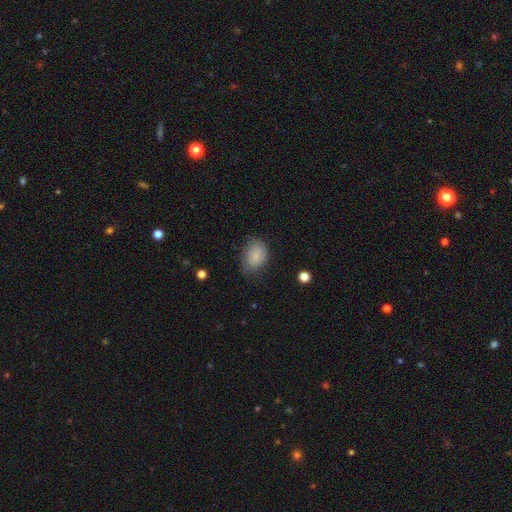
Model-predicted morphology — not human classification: The model was most divided on "merging": none: 61%, minor disturbance: 29%, major disturbance: 8%, merger: 1%. More confident: smooth or featured — smooth (84%); how rounded — in between (66%).